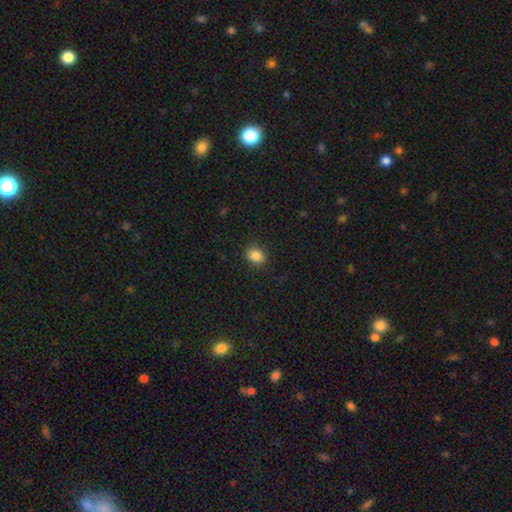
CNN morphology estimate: Smooth or featured: smooth — 86% (star or artifact — 10%)
How rounded: round — 54% (in between — 45%)
Merging: none — 87% (minor disturbance — 9%)